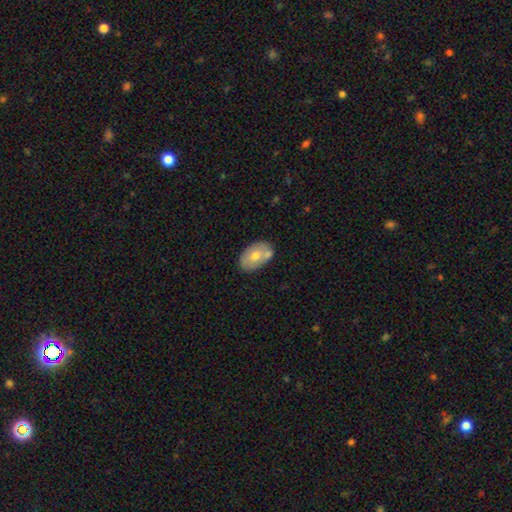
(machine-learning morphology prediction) smooth 63%, featured or disk 30%, star or artifact 7%. Down the decision tree: how rounded — in between (87%); merging — none (62%).